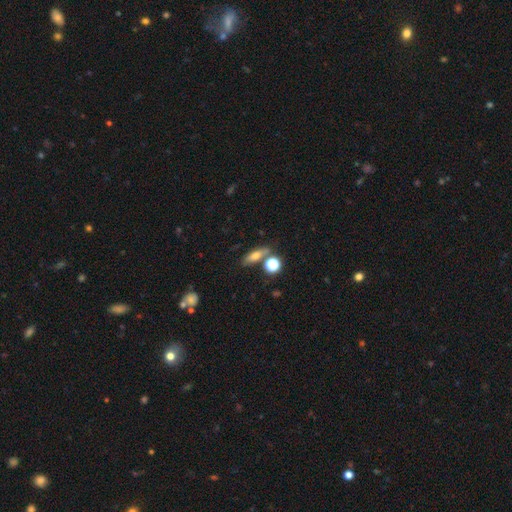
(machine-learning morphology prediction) Smooth or featured? Predicted: smooth (p=0.59). How rounded? Predicted: in between (p=0.44). Merging? Predicted: none (p=0.71).